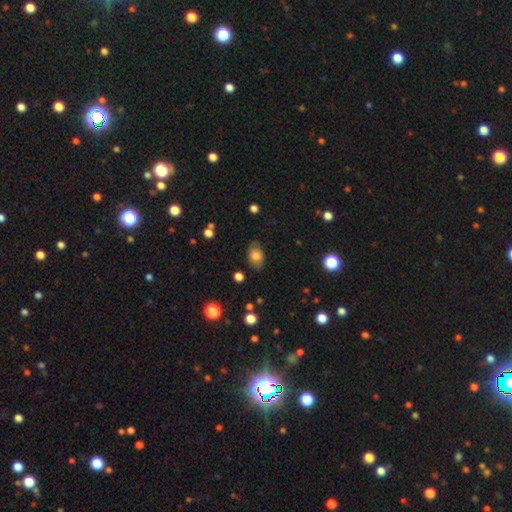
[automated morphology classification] Smooth or featured? Predicted: smooth (p=0.75). How rounded? Predicted: in between (p=0.81). Merging? Predicted: none (p=0.75).